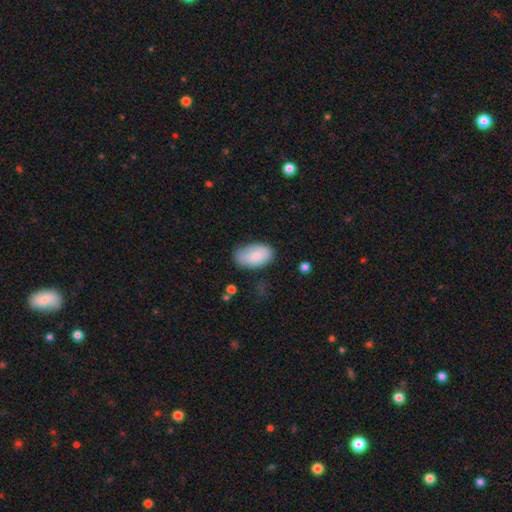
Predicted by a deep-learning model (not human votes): Smooth or featured? smooth (83%)
How rounded? in between (94%)
Merging? none (68%)